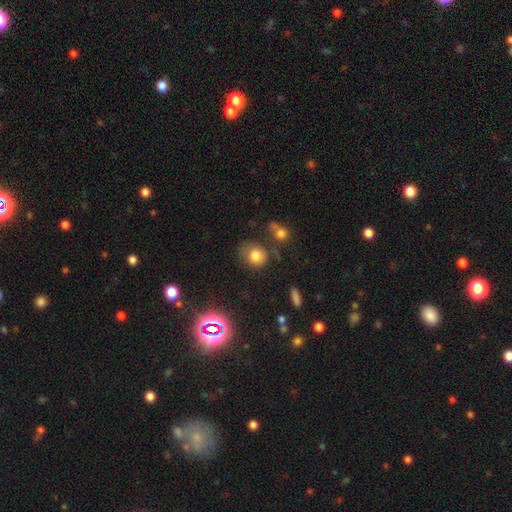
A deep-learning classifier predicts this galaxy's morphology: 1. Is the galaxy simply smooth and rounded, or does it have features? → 78% smooth, 13% star or artifact, 9% featured or disk.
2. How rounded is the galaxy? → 73% round, 26% in between, 1% cigar-shaped.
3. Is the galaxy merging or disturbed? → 62% none, 20% minor disturbance, 9% major disturbance, 9% merger.